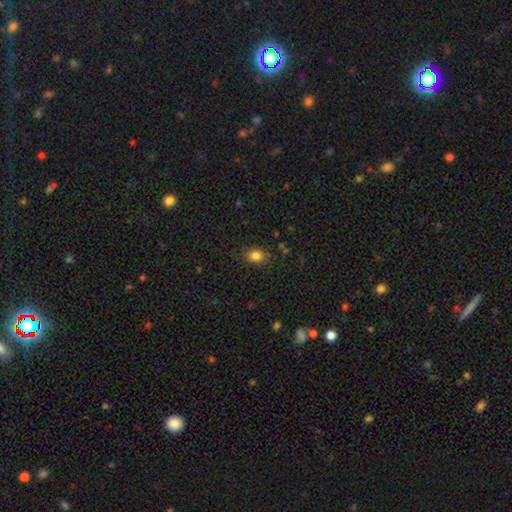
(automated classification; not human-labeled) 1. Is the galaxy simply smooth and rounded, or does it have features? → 83% smooth, 11% star or artifact, 5% featured or disk.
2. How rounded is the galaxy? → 56% in between, 43% round, 1% cigar-shaped.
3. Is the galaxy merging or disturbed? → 84% none, 12% minor disturbance, 3% major disturbance, 1% merger.